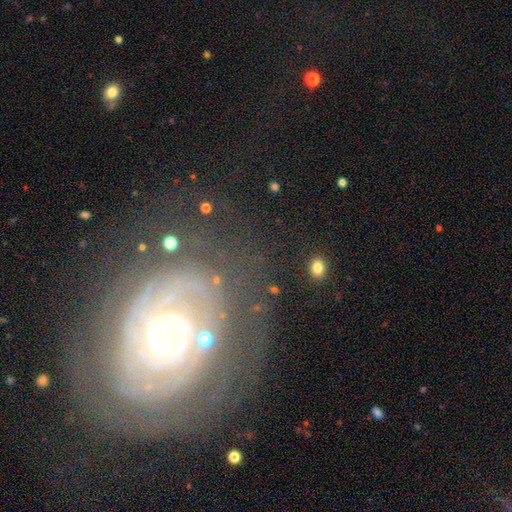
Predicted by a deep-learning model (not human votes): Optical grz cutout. It shows a featured or disk galaxy (82%) with no bar (78%), tight (80%) spiral arms (93%) and a small central bulge (64%). Merging: none (71%).